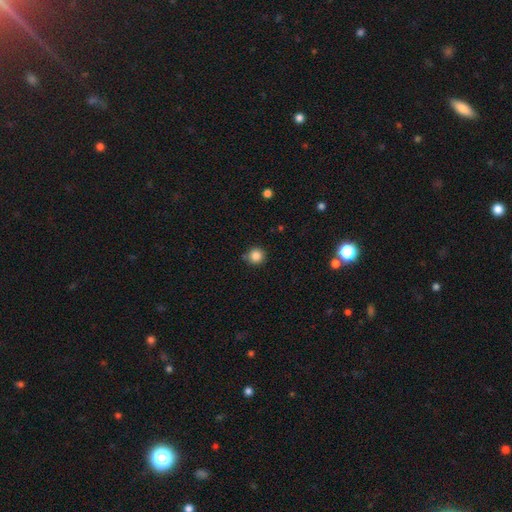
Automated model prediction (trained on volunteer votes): The model was most divided on "merging": none: 81%, minor disturbance: 13%, merger: 3%, major disturbance: 3%. More confident: how rounded — round (93%); smooth or featured — smooth (85%).